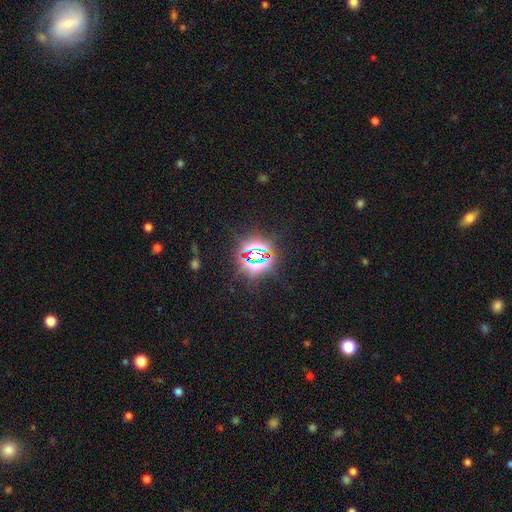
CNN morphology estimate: A star or artifact, not a galaxy (81%).